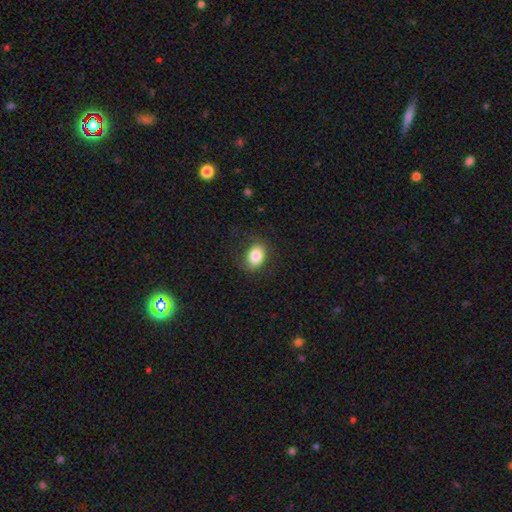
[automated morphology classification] smooth_or_featured: smooth (p=0.83) [alt: featured or disk p=0.08]
how_rounded: in between (p=0.69) [alt: round p=0.30]
merging: none (p=0.81) [alt: minor disturbance p=0.13]